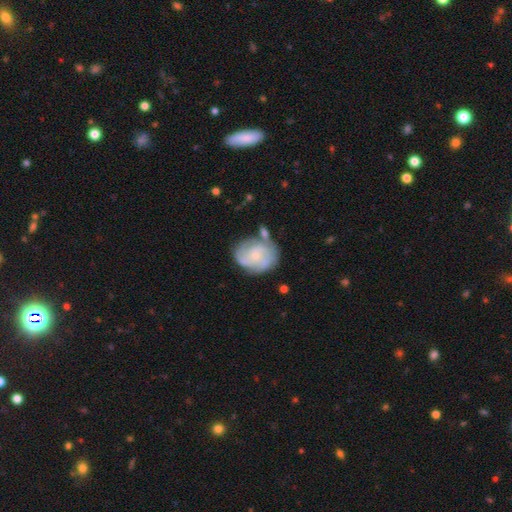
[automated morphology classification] This appears to be a featured or disk galaxy (71%) with no bar (72%), 3 (29%) tight (48%) spiral arms (90%) and a small central bulge (65%). Merging: none (60%).